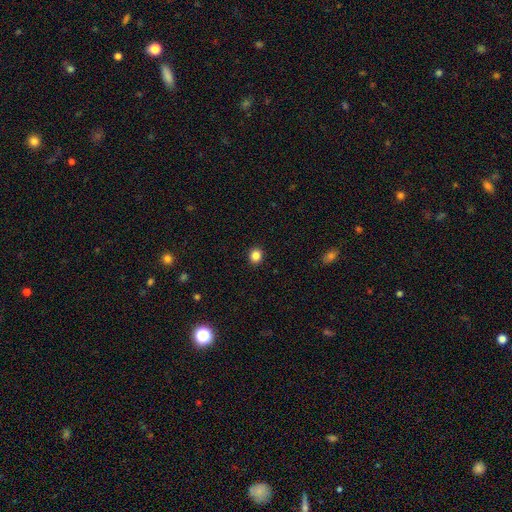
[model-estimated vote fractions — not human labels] smooth 85%, star or artifact 11%, featured or disk 4%. Down the decision tree: how rounded — round (83%); merging — none (92%).